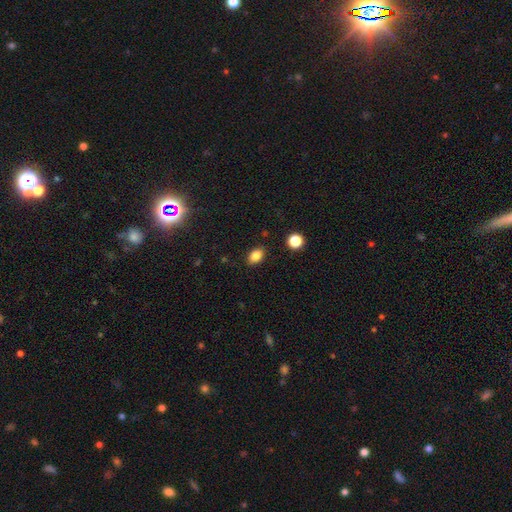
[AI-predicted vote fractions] Morphology: type=smooth (84%); roundness=in between (84%); merging=none (87%).